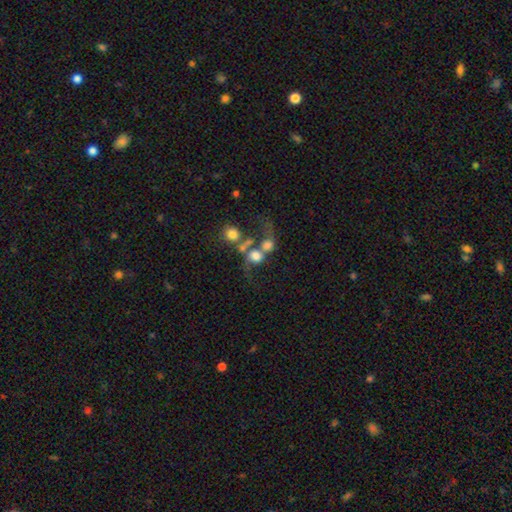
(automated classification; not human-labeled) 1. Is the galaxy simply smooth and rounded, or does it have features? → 55% smooth, 30% featured or disk, 15% star or artifact.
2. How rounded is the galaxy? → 73% round, 26% in between, 2% cigar-shaped.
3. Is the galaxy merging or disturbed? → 52% merger, 22% major disturbance, 18% none, 8% minor disturbance.